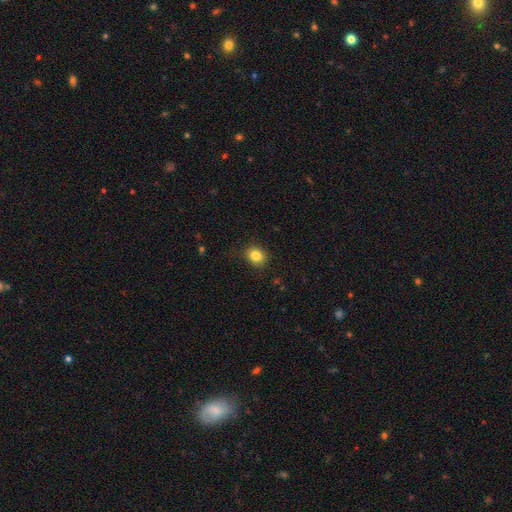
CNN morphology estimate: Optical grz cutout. It shows a smooth galaxy with no disk features (84%) that is round (64%). Merging: none (85%).